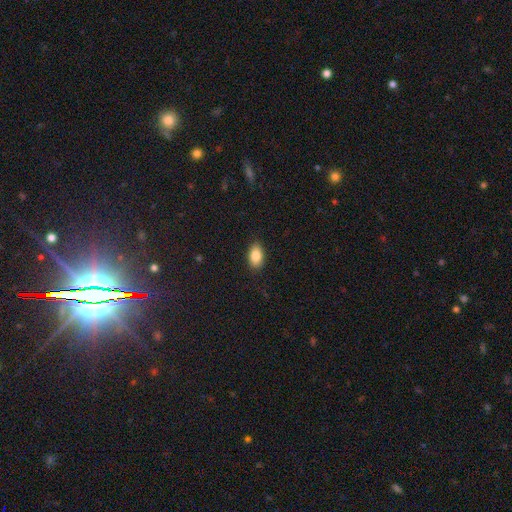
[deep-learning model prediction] Smooth or featured: smooth — 85% (star or artifact — 8%)
How rounded: in between — 90% (round — 8%)
Merging: none — 87% (minor disturbance — 10%)